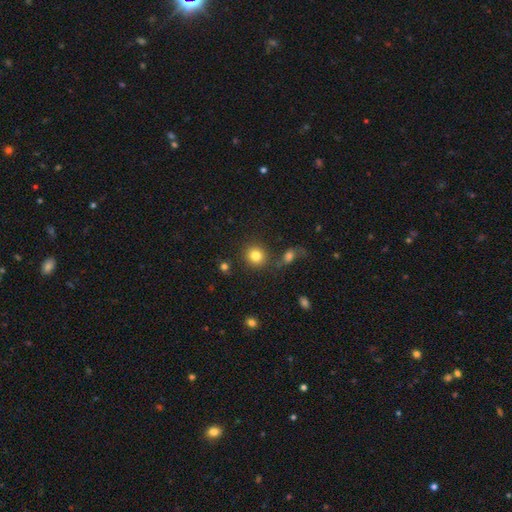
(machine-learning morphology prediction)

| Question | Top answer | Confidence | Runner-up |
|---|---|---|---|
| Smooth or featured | smooth | 82% | star or artifact (11%) |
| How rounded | round | 86% | in between (13%) |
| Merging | none | 82% | minor disturbance (8%) |